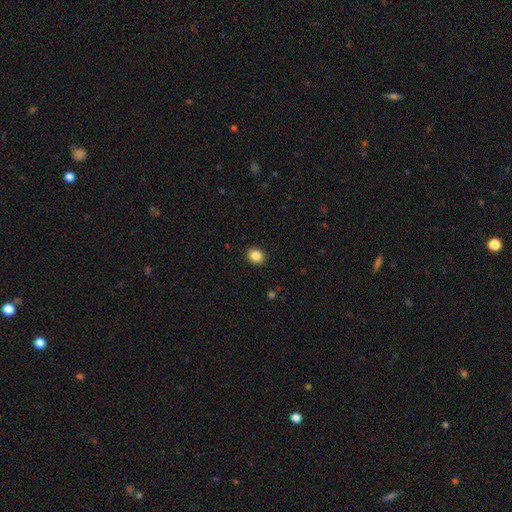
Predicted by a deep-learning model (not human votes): Smooth or featured? Predicted: smooth (p=0.85). How rounded? Predicted: round (p=0.66). Merging? Predicted: none (p=0.91).